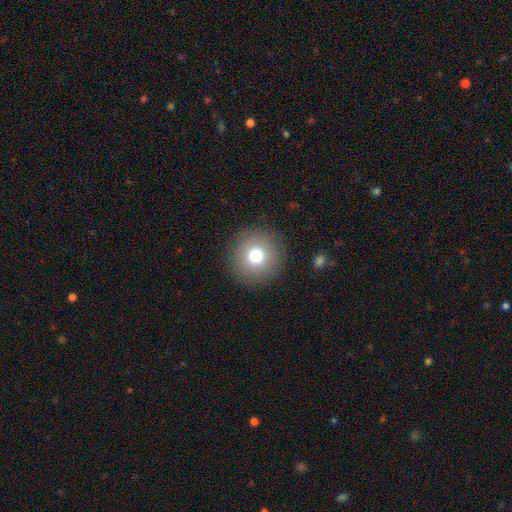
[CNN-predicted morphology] smooth 75%, star or artifact 13%, featured or disk 12%. Down the decision tree: how rounded — round (95%); merging — none (90%).